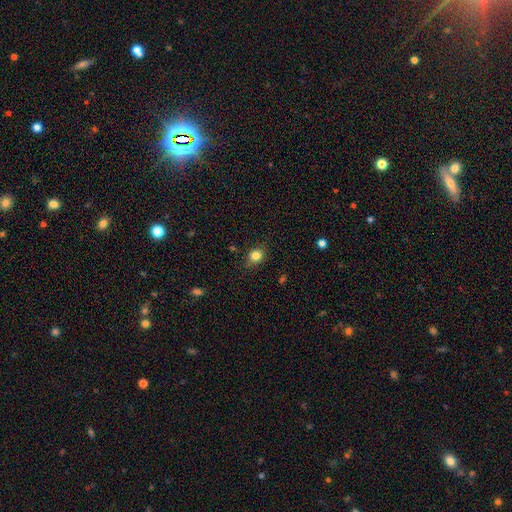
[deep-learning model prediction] smooth-or-featured: smooth: 82% | star or artifact: 11% | featured or disk: 7%
  how-rounded: round: 66% | in between: 33% | cigar-shaped: 1%
  merging: none: 80% | minor disturbance: 15% | major disturbance: 3% | merger: 1%